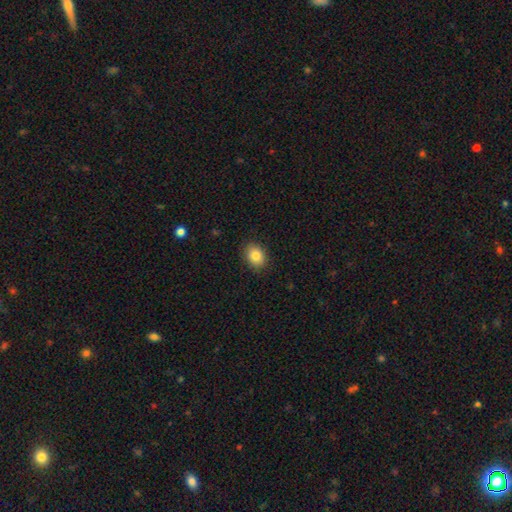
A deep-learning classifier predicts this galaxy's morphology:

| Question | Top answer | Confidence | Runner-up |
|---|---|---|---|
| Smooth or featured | smooth | 84% | star or artifact (9%) |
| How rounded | in between | 57% | round (42%) |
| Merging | none | 89% | minor disturbance (8%) |